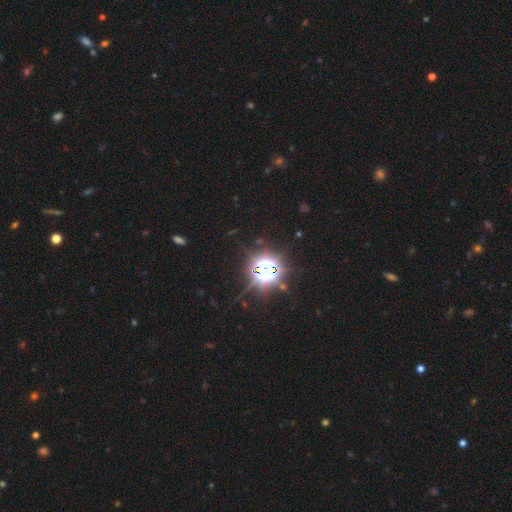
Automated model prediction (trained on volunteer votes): Overall: star or artifact (80%).